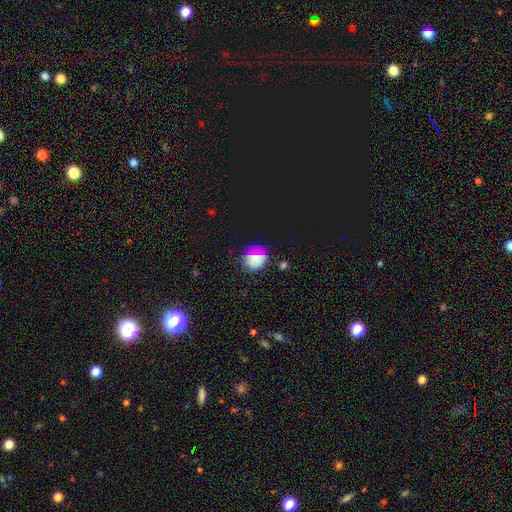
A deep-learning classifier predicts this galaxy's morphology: The model was most divided on "smooth or featured": smooth: 65%, star or artifact: 29%, featured or disk: 6%. More confident: how rounded — round (85%); merging — none (84%).